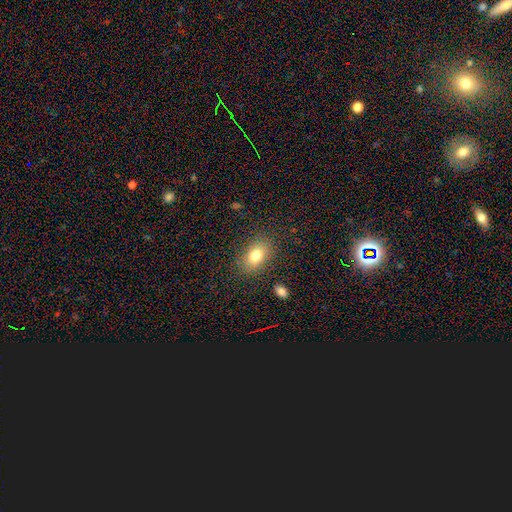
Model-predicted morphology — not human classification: type=smooth (79%); roundness=in between (82%); merging=none (83%).